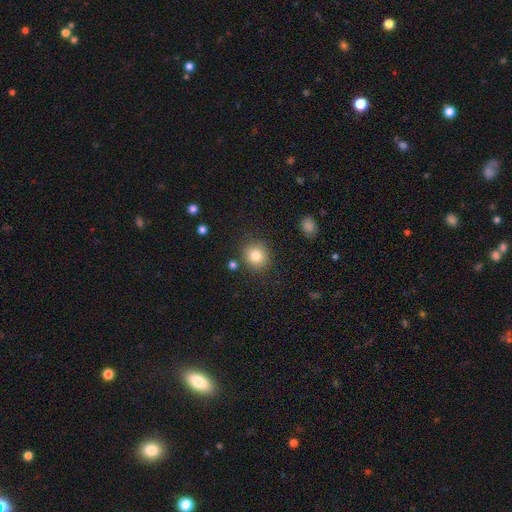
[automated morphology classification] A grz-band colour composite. It shows a smooth galaxy with no disk features (81%) that is round (87%). Merging: none (85%).